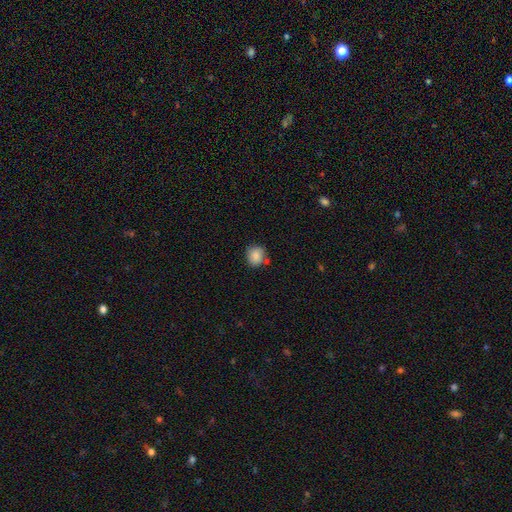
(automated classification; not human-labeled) Morphology: type=smooth (87%); roundness=round (75%); merging=none (74%).